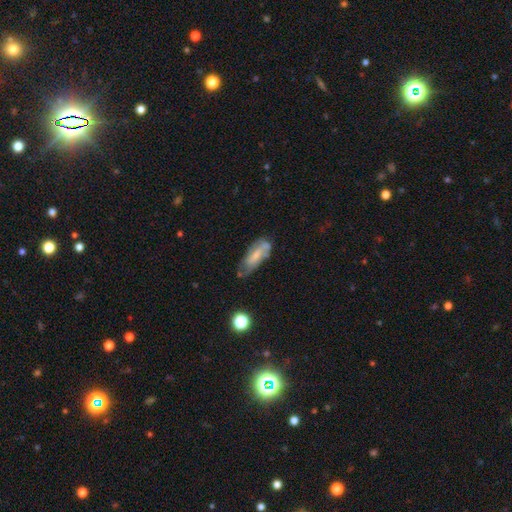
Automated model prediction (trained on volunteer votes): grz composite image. It shows a smooth galaxy with no disk features (48%). Merging: none (47%).